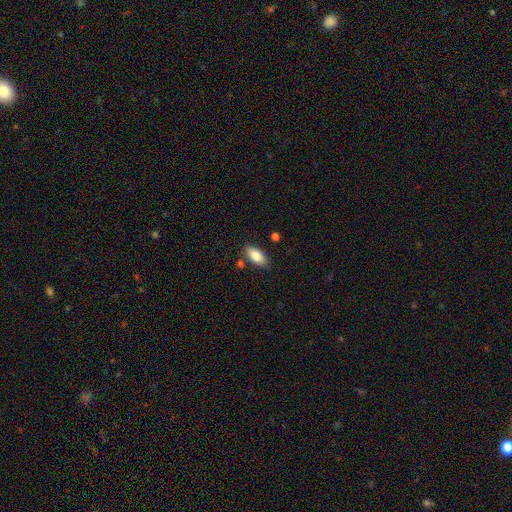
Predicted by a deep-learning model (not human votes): Smooth or featured? Predicted: smooth (p=0.84). How rounded? Predicted: in between (p=0.88). Merging? Predicted: none (p=0.80).